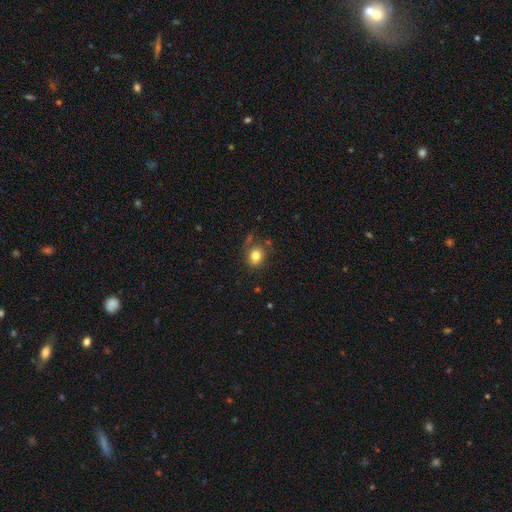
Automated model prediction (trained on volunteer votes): A smooth galaxy with no disk features (81%) that is round (63%). Merging: none (74%).